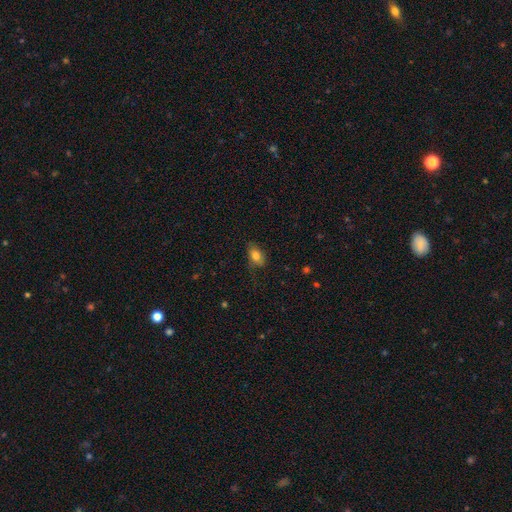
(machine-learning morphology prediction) smooth 80%, featured or disk 10%, star or artifact 9%. Down the decision tree: how rounded — in between (85%); merging — none (72%).